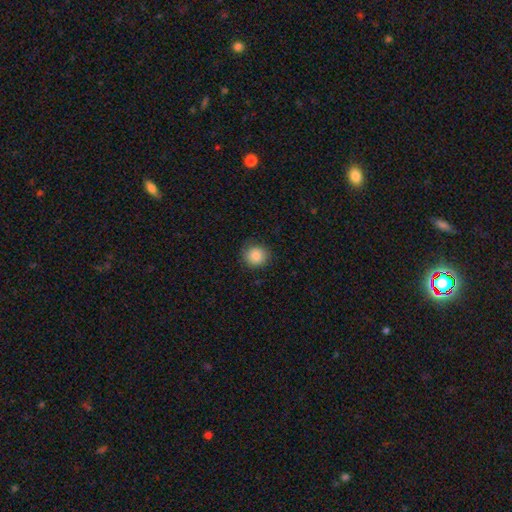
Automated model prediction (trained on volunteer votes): Smooth or featured: smooth — 86% (star or artifact — 8%)
How rounded: round — 89% (in between — 10%)
Merging: none — 83% (minor disturbance — 12%)